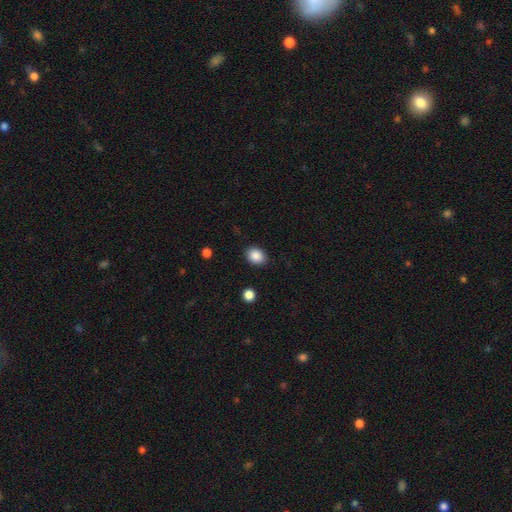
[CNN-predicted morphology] type=smooth (87%); roundness=in between (59%); merging=none (88%).